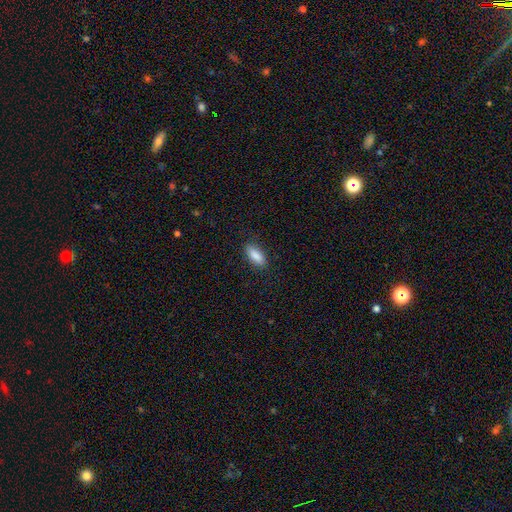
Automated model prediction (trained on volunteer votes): A smooth galaxy with no disk features (88%) that is in between round and cigar-shaped (78%).

Vote fractions:
- Smooth or featured? smooth: 88% / star or artifact: 6% / featured or disk: 6%
- How rounded? in between: 78% / cigar-shaped: 20% / round: 2%
- Merging? none: 86% / minor disturbance: 10% / major disturbance: 3% / merger: 1%